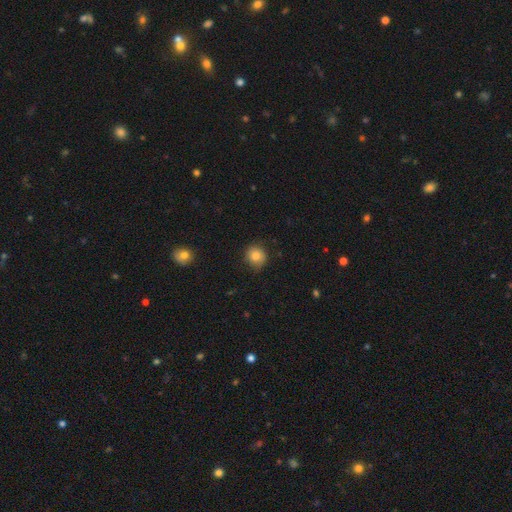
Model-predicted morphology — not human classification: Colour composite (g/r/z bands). It shows a smooth galaxy with no disk features (81%) that is round (85%). Merging: none (77%).